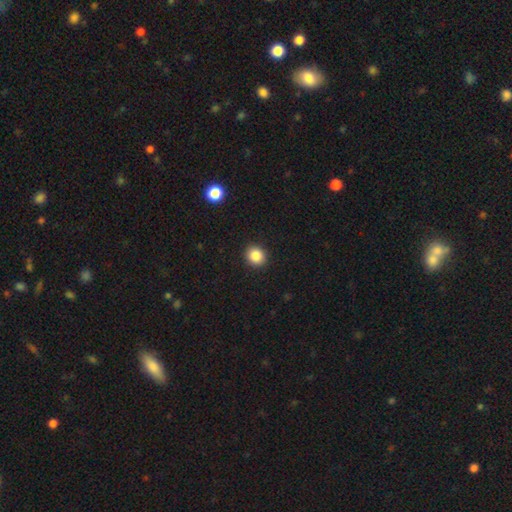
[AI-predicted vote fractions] A smooth galaxy with no disk features (86%) that is round (81%).

Vote fractions:
- Smooth or featured? smooth: 86% / star or artifact: 10% / featured or disk: 4%
- How rounded? round: 81% / in between: 18% / cigar-shaped: 1%
- Merging? none: 92% / minor disturbance: 6% / major disturbance: 2% / merger: 1%